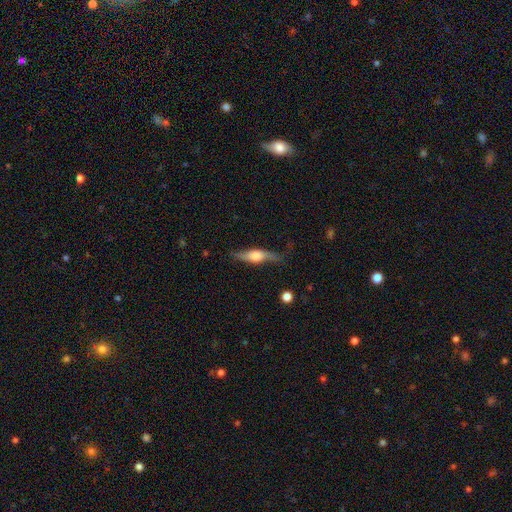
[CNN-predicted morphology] Overall: featured or disk (59%; smooth 35%). Edge-on disk: yes (90%). Edge-on bulge: rounded (84%). Merging: none (75%).